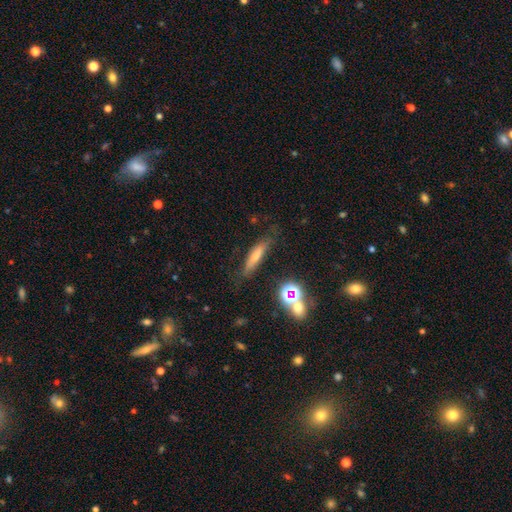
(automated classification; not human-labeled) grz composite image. It shows a smooth galaxy with no disk features (52%) that is cigar-shaped (79%). Merging: none (73%).